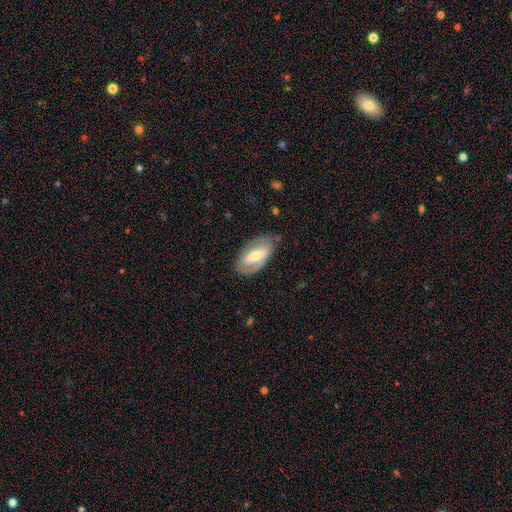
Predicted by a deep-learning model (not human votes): Overall: featured or disk (58%; smooth 36%). Edge-on disk: no (90%). Bar: strong (43%; weak 36%). Spiral arms: yes (59%; no 41%). Bulge size: moderate (57%; small 34%). Merging: none (72%).